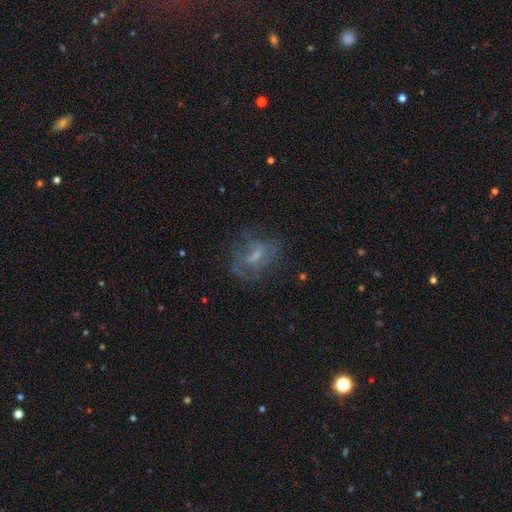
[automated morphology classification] This is possibly a featured or disk galaxy (57%). It is clearly not viewed edge-on (94%). Bar: possibly weak (47%). Spiral arm pattern: possibly yes (58%). Central bulge: marginally small (38%). Merging: possibly none (57%).